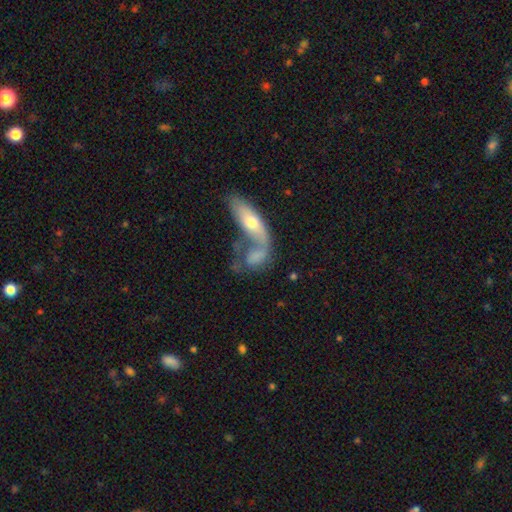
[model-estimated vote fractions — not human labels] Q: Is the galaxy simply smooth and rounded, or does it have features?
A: smooth — 56%.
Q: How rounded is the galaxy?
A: in between — 70%.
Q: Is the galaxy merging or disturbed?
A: merger — 49%.